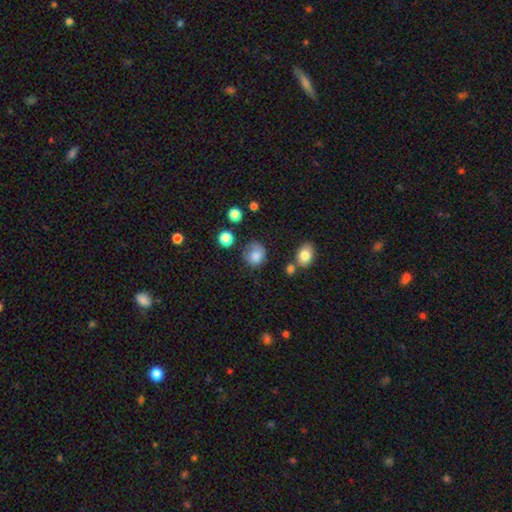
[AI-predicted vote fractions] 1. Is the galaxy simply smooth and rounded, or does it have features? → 82% smooth, 10% star or artifact, 8% featured or disk.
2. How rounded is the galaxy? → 71% round, 28% in between, 1% cigar-shaped.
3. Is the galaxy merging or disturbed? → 53% none, 30% minor disturbance, 12% major disturbance, 5% merger.